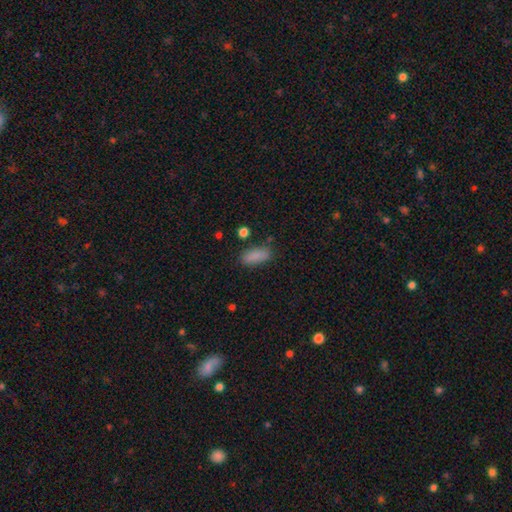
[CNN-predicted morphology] Q: Smooth or featured?
A: smooth (86%); runner-up: star or artifact (9%)
Q: How rounded?
A: in between (77%); runner-up: cigar-shaped (20%)
Q: Merging?
A: none (80%); runner-up: minor disturbance (14%)